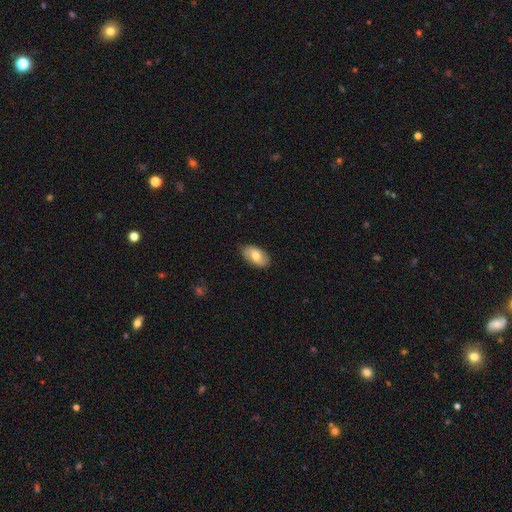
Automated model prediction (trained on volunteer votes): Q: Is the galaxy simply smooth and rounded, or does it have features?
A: smooth — 70%.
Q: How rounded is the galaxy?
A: in between — 94%.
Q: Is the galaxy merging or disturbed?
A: none — 84%.